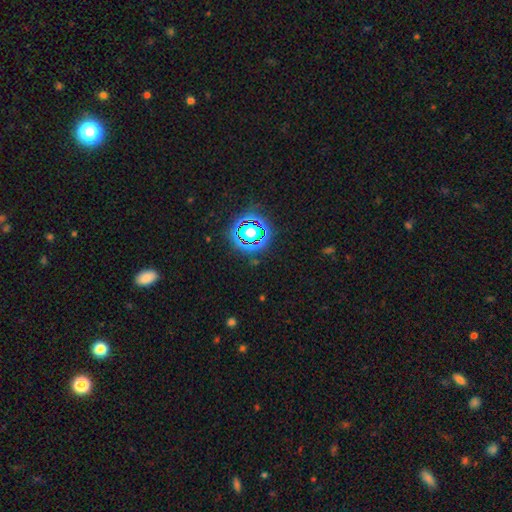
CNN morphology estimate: This appears to be a star or artifact, not a galaxy (77%).